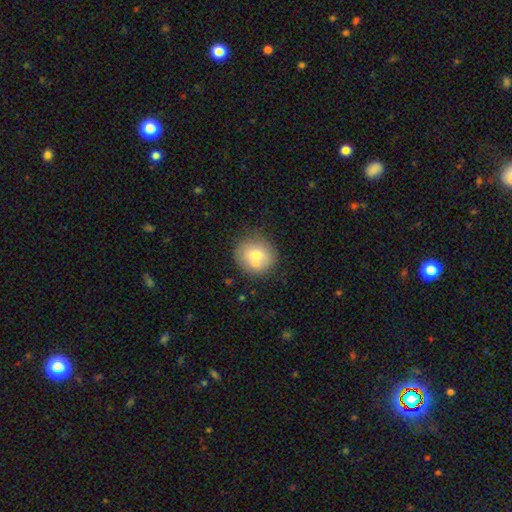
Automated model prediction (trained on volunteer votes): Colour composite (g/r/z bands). It shows a smooth galaxy with no disk features (69%) that is round (85%). Merging: none (60%).